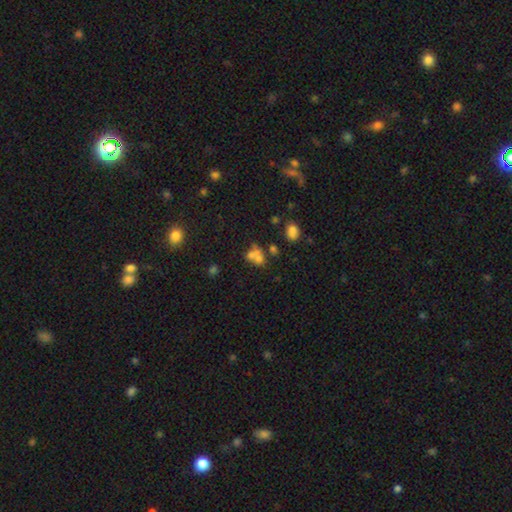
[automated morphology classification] A smooth galaxy with no disk features (58%) that is in between round and cigar-shaped (55%). Merging: merger (54%).